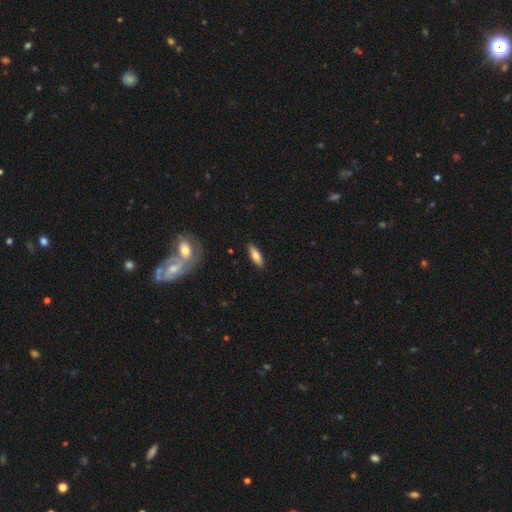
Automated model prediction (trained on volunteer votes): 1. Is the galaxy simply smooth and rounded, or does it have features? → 71% smooth, 22% featured or disk, 6% star or artifact.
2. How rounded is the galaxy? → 59% in between, 39% cigar-shaped, 2% round.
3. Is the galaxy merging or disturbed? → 87% none, 9% minor disturbance, 2% major disturbance, 2% merger.